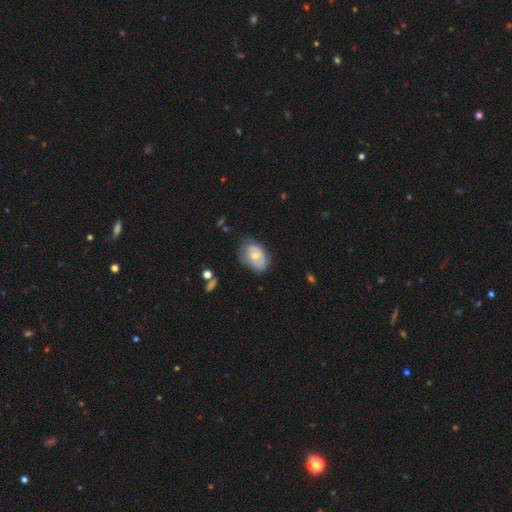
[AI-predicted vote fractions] Morphology: type=smooth (58%); roundness=in between (84%); merging=none (52%).